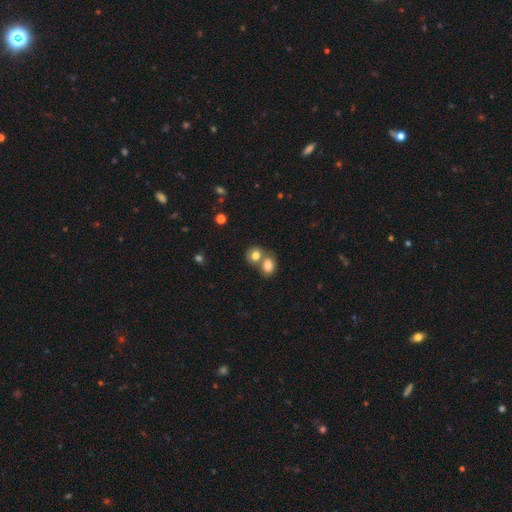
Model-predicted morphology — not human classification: type=smooth (79%); roundness=round (55%); merging=merger (56%).